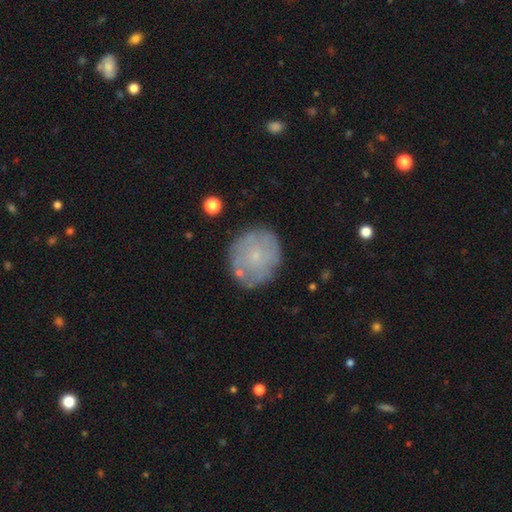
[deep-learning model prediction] Smooth or featured?
  - smooth: 48% *
  - featured or disk: 43%
  - star or artifact: 9%
Merging?
  - none: 75% *
  - minor disturbance: 17%
  - major disturbance: 5%
  - merger: 3%